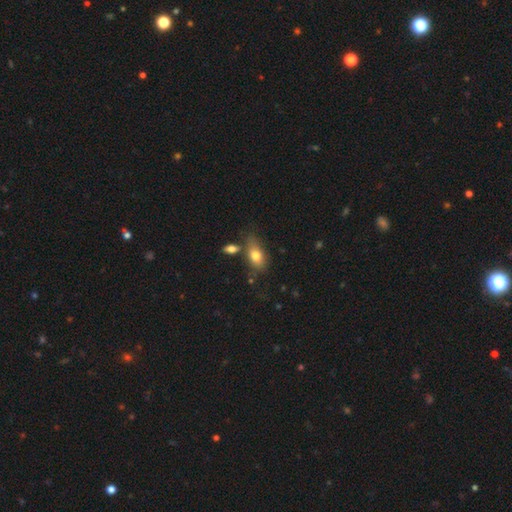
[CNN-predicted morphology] This is likely a smooth galaxy (77%). How rounded: clearly in between (84%). Merging: possibly none (57%).